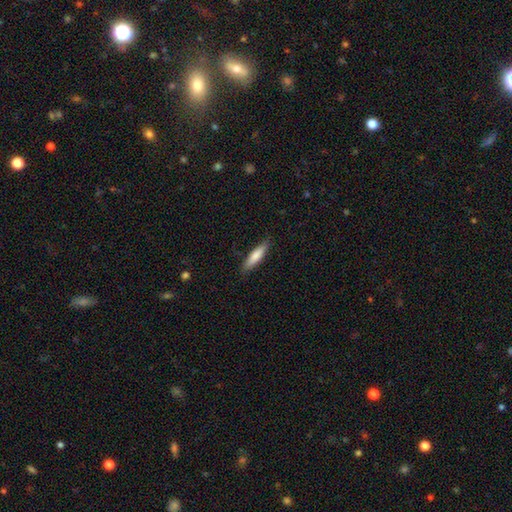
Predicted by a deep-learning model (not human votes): A smooth galaxy with no disk features (78%) that is cigar-shaped (77%). Merging: none (85%).